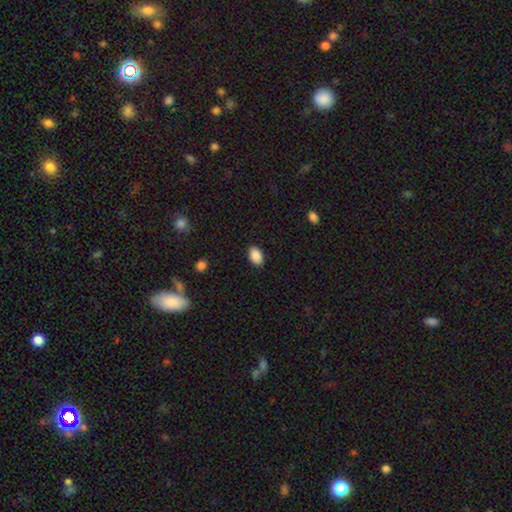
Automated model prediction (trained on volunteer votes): The model was most divided on "how rounded": in between: 88%, round: 11%, cigar-shaped: 1%. More confident: smooth or featured — smooth (89%); merging — none (88%).